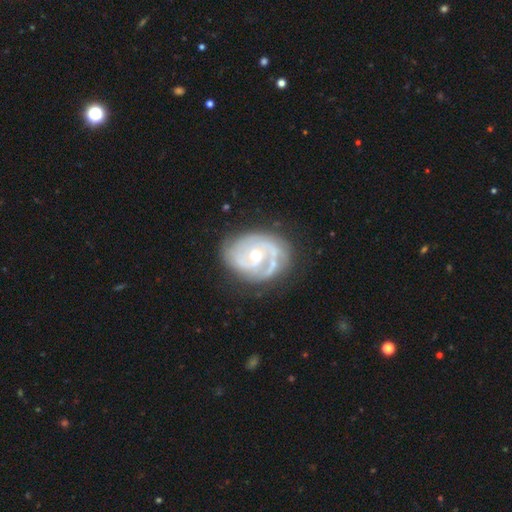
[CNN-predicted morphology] featured or disk 85%, smooth 9%, star or artifact 5%. Down the decision tree: edge-on disk — no (97%); bar — no (66%); spiral arms — yes (92%); spiral arm count — 2 (48%); spiral winding — tight (56%); bulge size — moderate (63%); merging — none (64%).